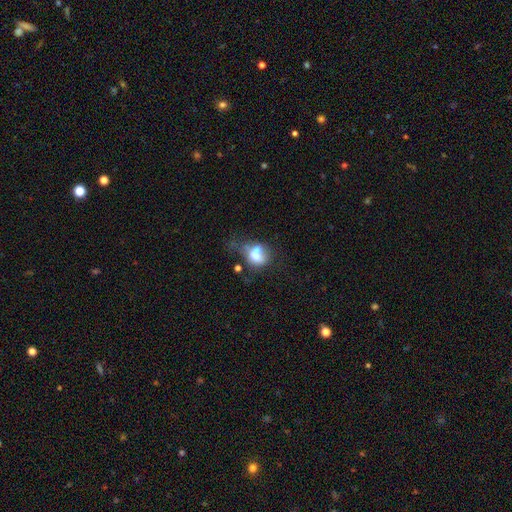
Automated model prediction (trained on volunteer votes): Smooth or featured: smooth — 59% (featured or disk — 29%)
How rounded: round — 55% (in between — 44%)
Merging: merger — 51% (none — 23%)